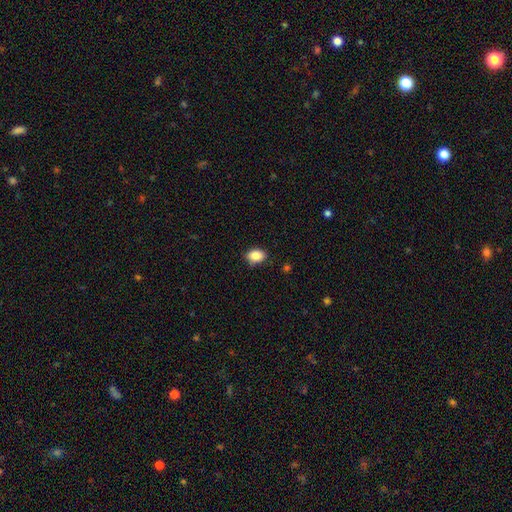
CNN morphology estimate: Smooth or featured? Predicted: smooth (p=0.86). How rounded? Predicted: in between (p=0.77). Merging? Predicted: none (p=0.85).